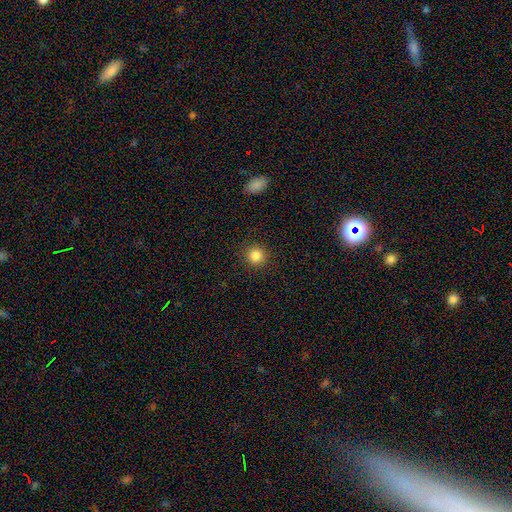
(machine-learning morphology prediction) This appears to be a smooth galaxy with no disk features (85%) that is round (94%). Merging: none (91%).